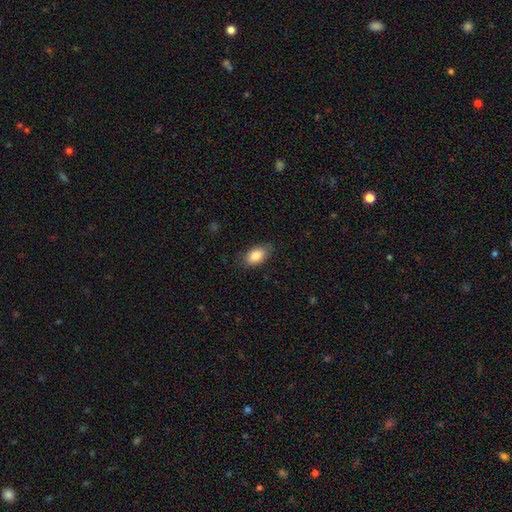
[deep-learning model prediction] Smooth or featured? smooth (85%)
How rounded? in between (92%)
Merging? none (79%)